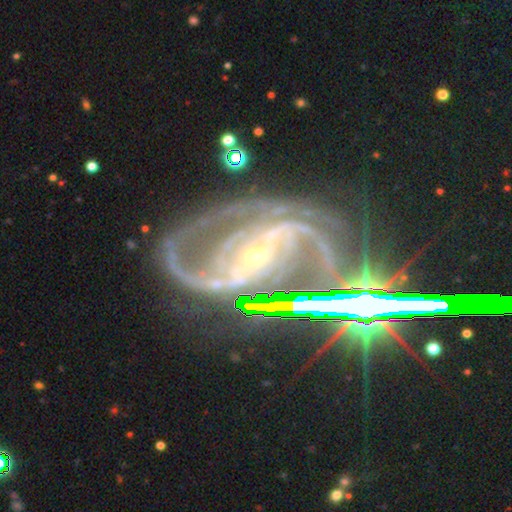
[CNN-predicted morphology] A featured or disk galaxy (88%) with a strong bar (61%), 2 (76%) medium (49%) spiral arms (96%) and a small central bulge (80%).

Vote fractions:
- Smooth or featured? featured or disk: 88% / star or artifact: 9% / smooth: 3%
- Edge-on disk? no: 93% / yes: 7%
- Bar? strong: 61% / weak: 21% / no: 19%
- Spiral arms? yes: 96% / no: 4%
- Spiral winding? medium: 49% / tight: 37% / loose: 15%
- Spiral arm count? 2: 76% / can't tell: 7% / 3: 7% / 1: 3% / 4: 3% / more than 4: 3%
- Bulge size? small: 80% / moderate: 15% / none: 2% / large: 1% / dominant: 1%
- Merging? none: 48% / merger: 18% / minor disturbance: 18% / major disturbance: 17%